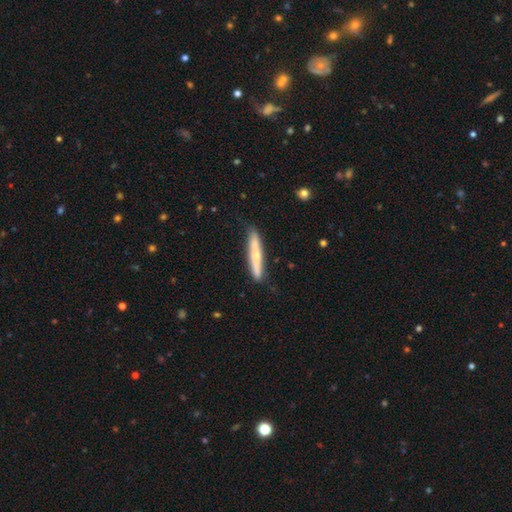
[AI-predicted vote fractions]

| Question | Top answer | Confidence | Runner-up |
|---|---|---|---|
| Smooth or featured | smooth | 54% | featured or disk (40%) |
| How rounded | cigar-shaped | 94% | in between (5%) |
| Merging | none | 85% | minor disturbance (12%) |